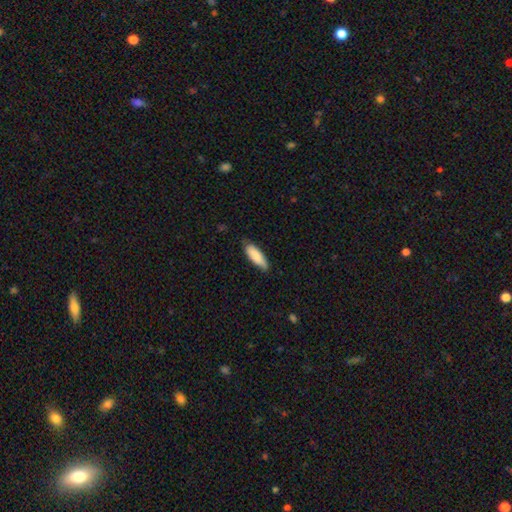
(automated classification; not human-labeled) smooth-or-featured: smooth: 87% | featured or disk: 8% | star or artifact: 5%
  how-rounded: in between: 57% | cigar-shaped: 42% | round: 1%
  merging: none: 75% | minor disturbance: 21% | major disturbance: 3% | merger: 1%